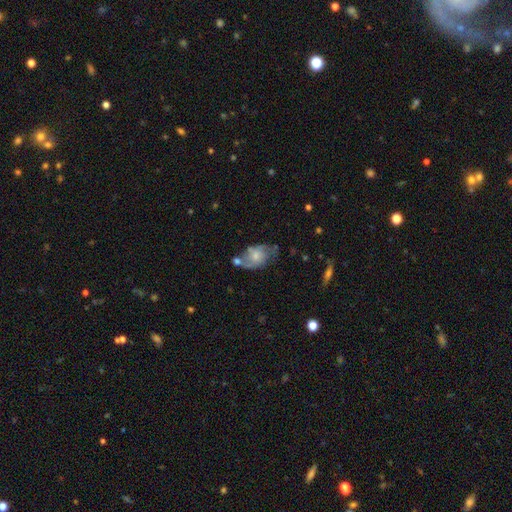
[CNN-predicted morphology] featured or disk 64%, smooth 29%, star or artifact 7%. Down the decision tree: edge-on disk — no (96%); bar — no (69%); spiral arms — yes (81%); bulge size — small (50%); merging — none (47%).